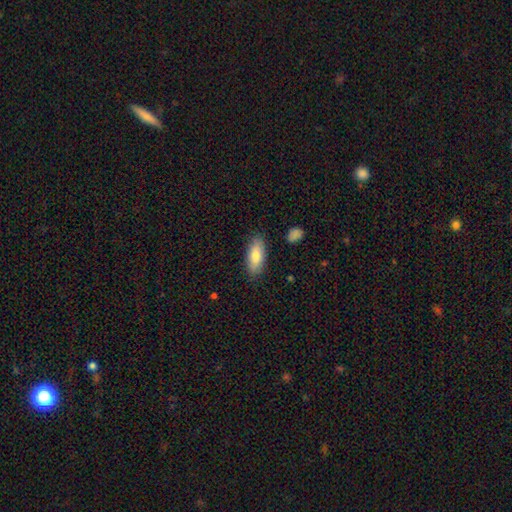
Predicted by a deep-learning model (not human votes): smooth-or-featured: smooth: 78% | featured or disk: 15% | star or artifact: 6%
  how-rounded: in between: 82% | cigar-shaped: 15% | round: 3%
  merging: none: 86% | minor disturbance: 10% | major disturbance: 2% | merger: 2%